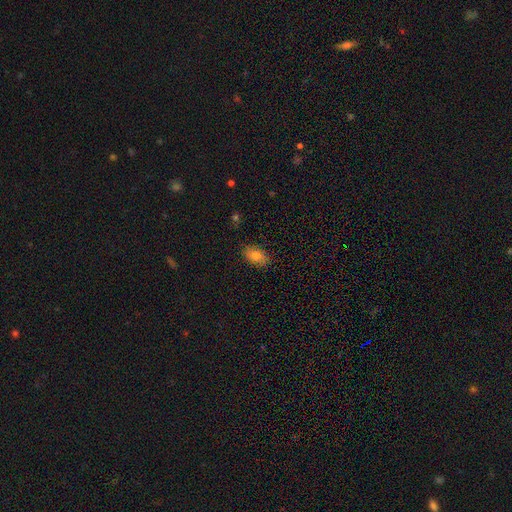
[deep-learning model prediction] Smooth or featured? Predicted: smooth (p=0.80). How rounded? Predicted: in between (p=0.89). Merging? Predicted: none (p=0.85).